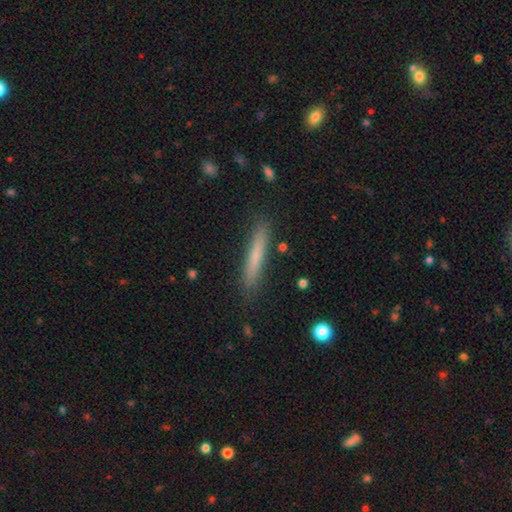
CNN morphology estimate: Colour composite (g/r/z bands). It shows a smooth galaxy with no disk features (70%) that is cigar-shaped (95%). Merging: none (87%).